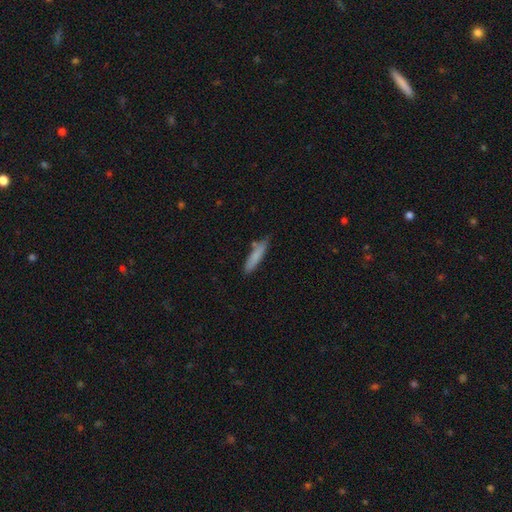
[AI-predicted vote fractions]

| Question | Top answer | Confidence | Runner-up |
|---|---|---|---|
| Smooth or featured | smooth | 80% | featured or disk (14%) |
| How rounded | cigar-shaped | 87% | in between (12%) |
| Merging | none | 76% | minor disturbance (16%) |